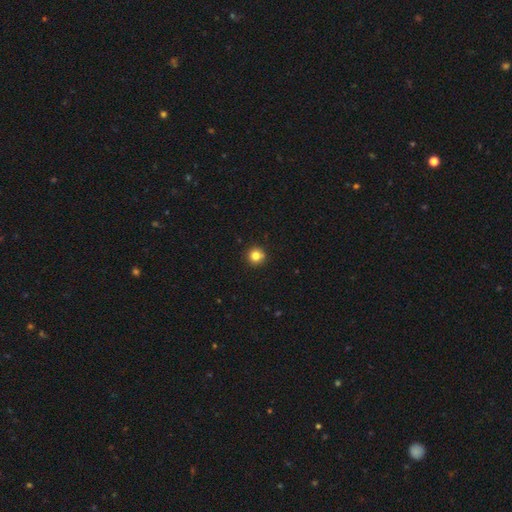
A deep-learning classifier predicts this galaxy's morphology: Smooth or featured: smooth — 81% (star or artifact — 13%)
How rounded: round — 94% (in between — 5%)
Merging: none — 90% (minor disturbance — 7%)